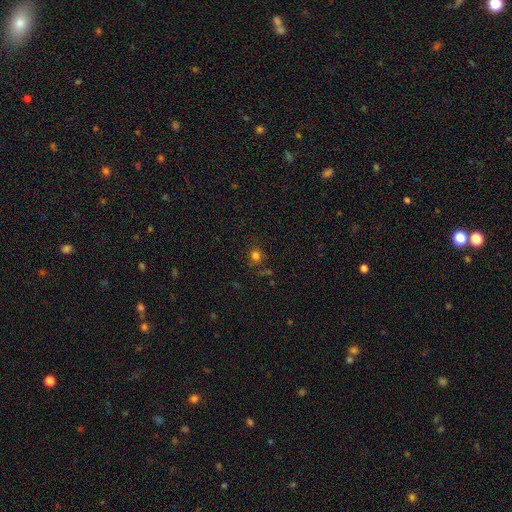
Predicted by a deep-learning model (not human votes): Smooth or featured? Predicted: smooth (p=0.73). How rounded? Predicted: round (p=0.85). Merging? Predicted: none (p=0.79).